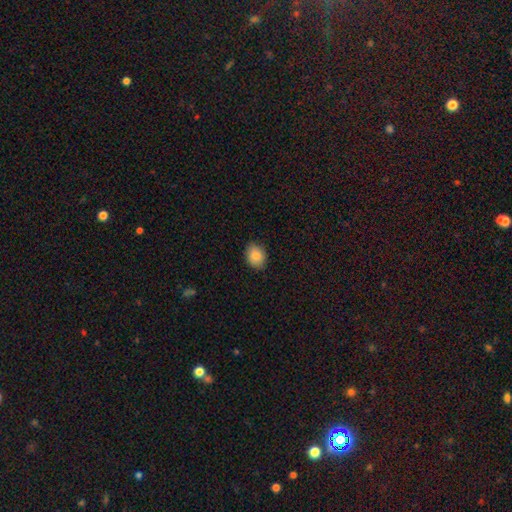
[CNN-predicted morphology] Smooth or featured: smooth — 86% (star or artifact — 8%)
How rounded: in between — 56% (round — 43%)
Merging: none — 87% (minor disturbance — 10%)